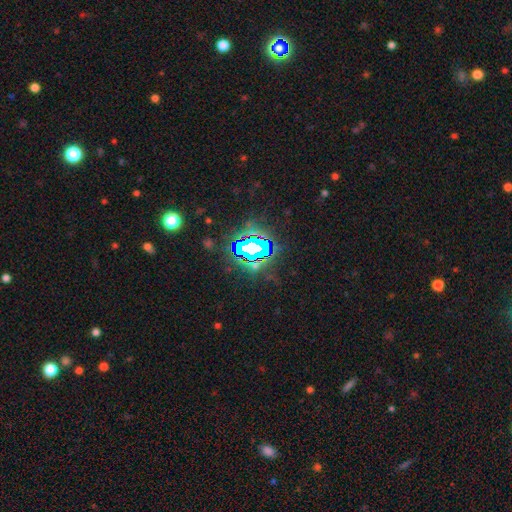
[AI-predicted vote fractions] star or artifact 75%, smooth 12%, featured or disk 12%.